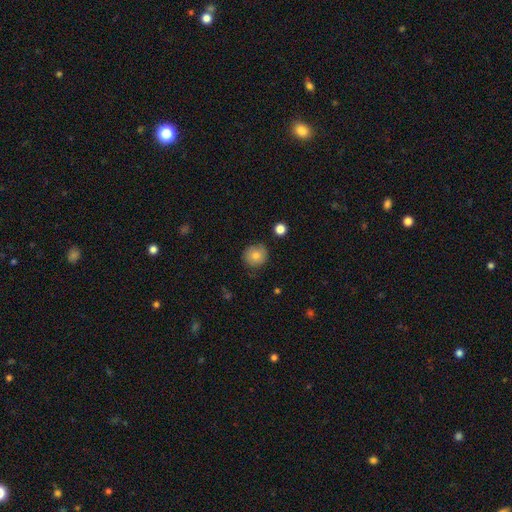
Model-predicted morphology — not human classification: smooth_or_featured: smooth (p=0.80) [alt: featured or disk p=0.11]
how_rounded: round (p=0.90) [alt: in between p=0.09]
merging: none (p=0.81) [alt: minor disturbance p=0.14]